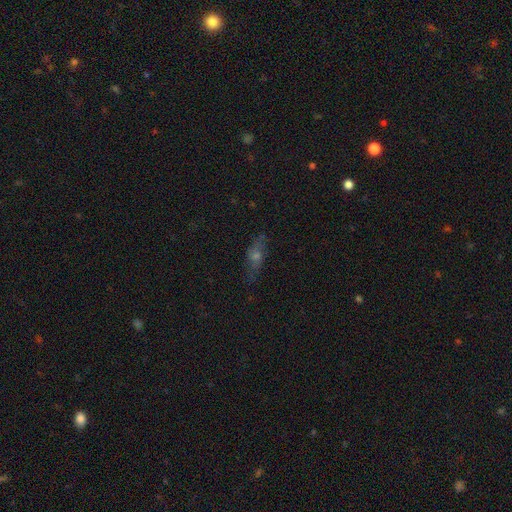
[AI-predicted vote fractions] Overall: featured or disk (45%; smooth 35%). Merging: none (75%).